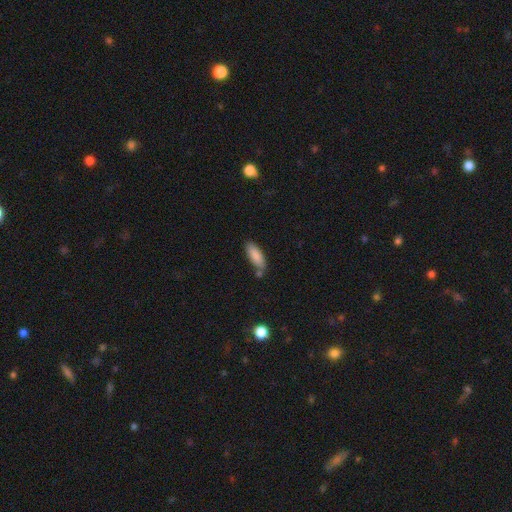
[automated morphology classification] A smooth galaxy with no disk features (87%) that is in between round and cigar-shaped (68%). Merging: none (71%).